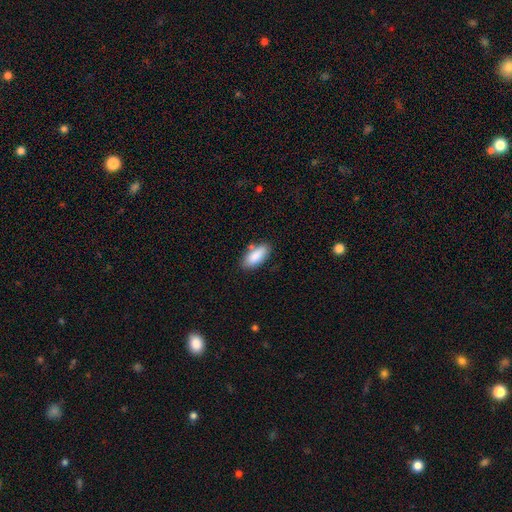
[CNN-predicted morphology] Overall: smooth (87%). How rounded: in between (85%). Merging: none (76%).